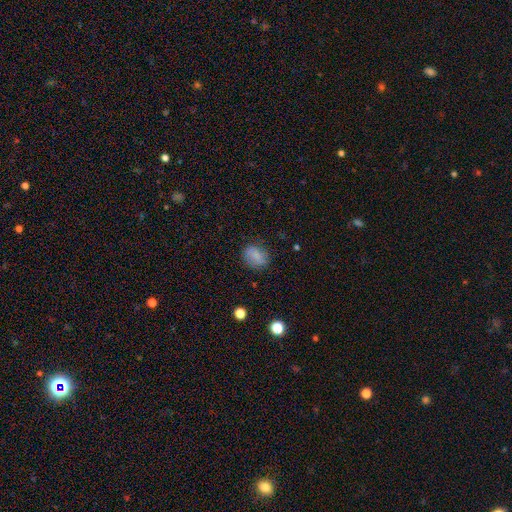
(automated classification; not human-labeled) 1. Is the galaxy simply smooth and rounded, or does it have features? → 72% smooth, 17% featured or disk, 11% star or artifact.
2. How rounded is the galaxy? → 54% in between, 44% round, 2% cigar-shaped.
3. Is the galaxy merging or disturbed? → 73% none, 19% minor disturbance, 7% major disturbance, 2% merger.